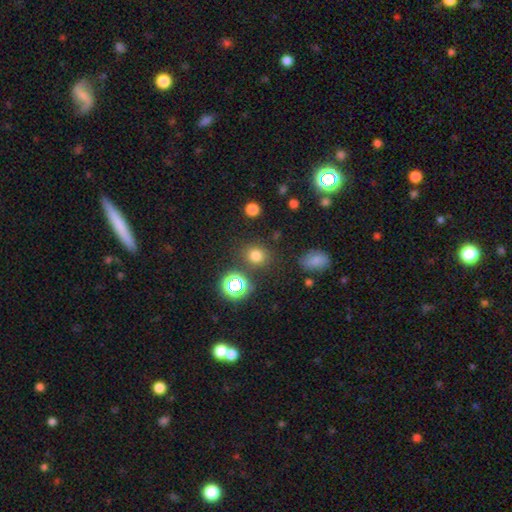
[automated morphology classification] smooth_or_featured: smooth (p=0.74) [alt: star or artifact p=0.20]
how_rounded: round (p=0.78) [alt: in between p=0.21]
merging: none (p=0.82) [alt: minor disturbance p=0.10]